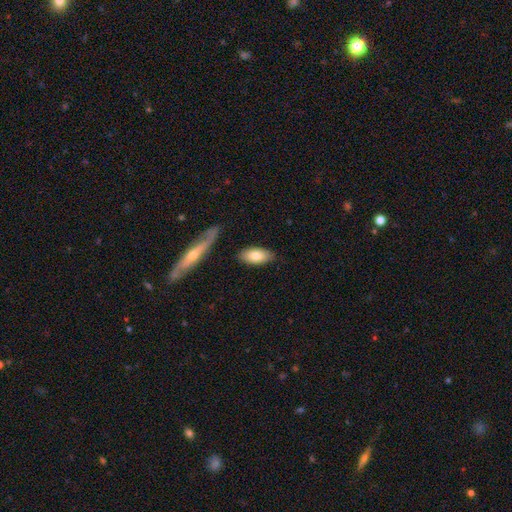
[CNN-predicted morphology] Q: Smooth or featured?
A: smooth (78%); runner-up: featured or disk (16%)
Q: How rounded?
A: in between (87%); runner-up: cigar-shaped (11%)
Q: Merging?
A: none (82%); runner-up: minor disturbance (12%)